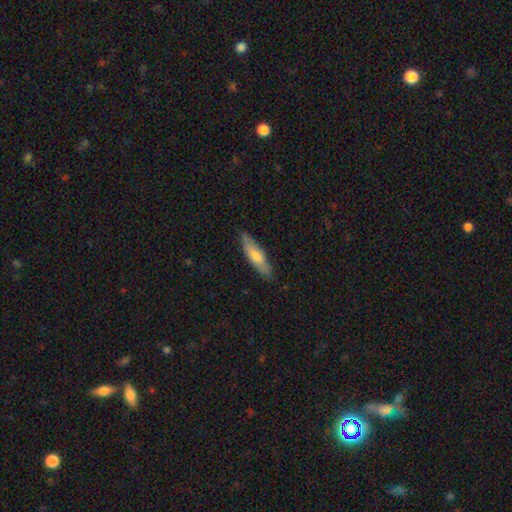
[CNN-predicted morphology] smooth-or-featured: smooth: 66% | featured or disk: 28% | star or artifact: 6%
  how-rounded: cigar-shaped: 65% | in between: 34% | round: 2%
  merging: none: 83% | minor disturbance: 14% | major disturbance: 2% | merger: 1%